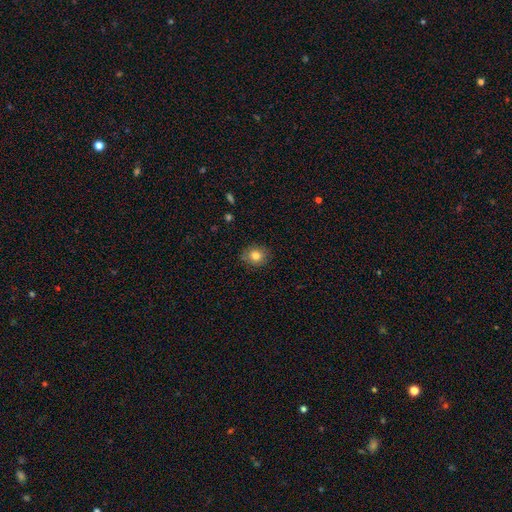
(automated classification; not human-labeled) Q: Smooth or featured?
A: smooth (81%); runner-up: star or artifact (10%)
Q: How rounded?
A: round (73%); runner-up: in between (26%)
Q: Merging?
A: none (86%); runner-up: minor disturbance (11%)